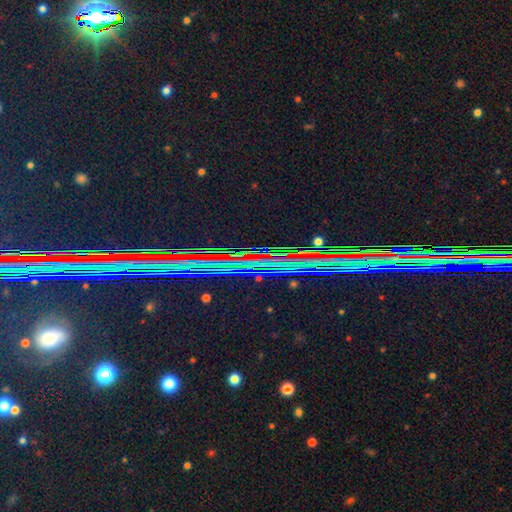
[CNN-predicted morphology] This is clearly a star or artifact rather than a galaxy (84%).